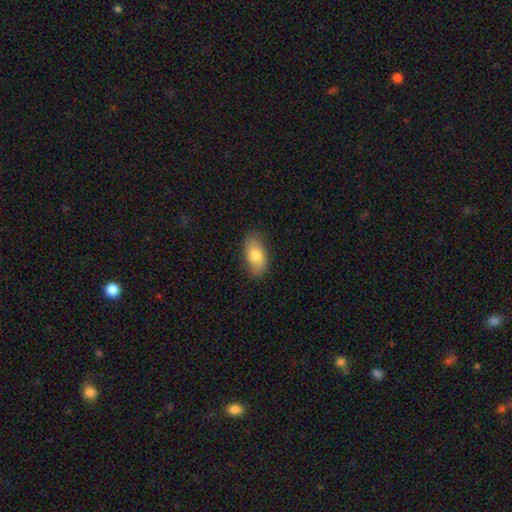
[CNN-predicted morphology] This appears to be a smooth galaxy with no disk features (79%) that is in between round and cigar-shaped (92%). Merging: none (82%).